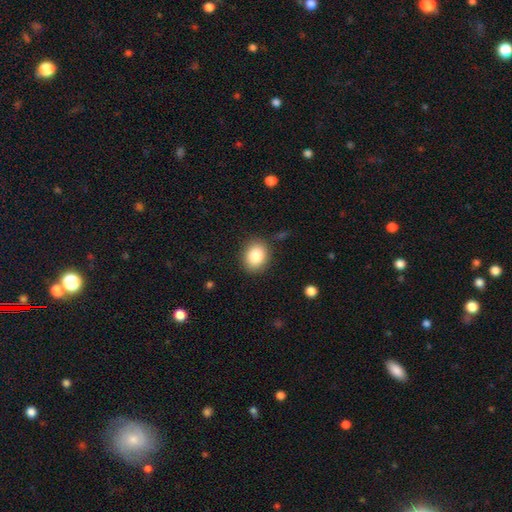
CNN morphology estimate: smooth-or-featured: smooth: 85% | star or artifact: 8% | featured or disk: 7%
  how-rounded: round: 54% | in between: 45% | cigar-shaped: 1%
  merging: none: 86% | minor disturbance: 10% | major disturbance: 3% | merger: 2%